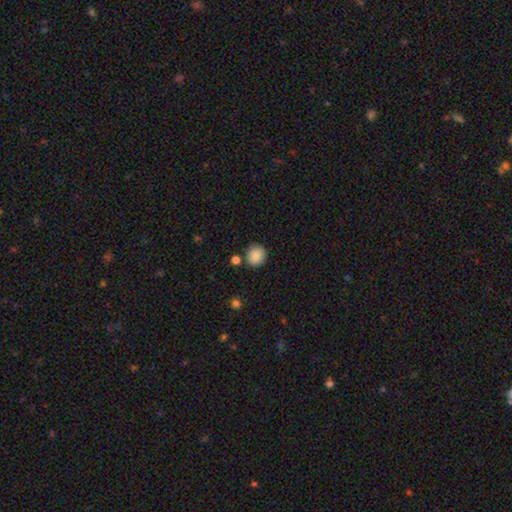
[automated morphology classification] This appears to be a smooth galaxy with no disk features (87%) that is round (79%). Merging: none (79%).